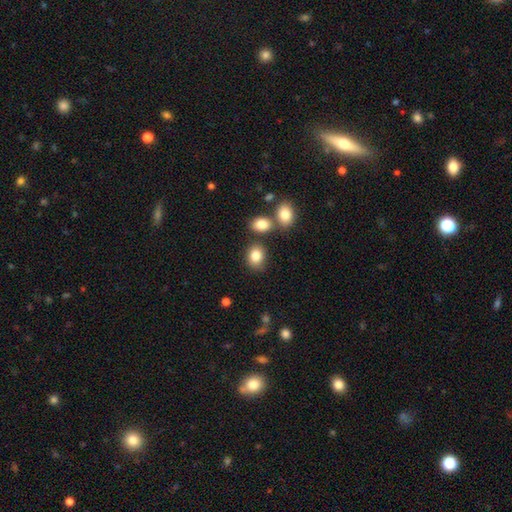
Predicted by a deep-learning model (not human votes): smooth 85%, star or artifact 9%, featured or disk 6%. Down the decision tree: how rounded — in between (50%); merging — none (72%).